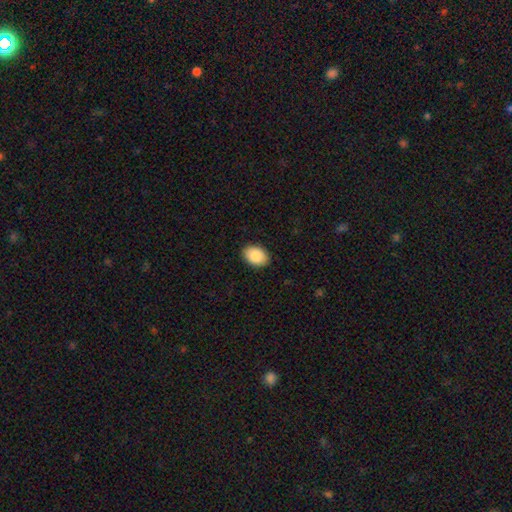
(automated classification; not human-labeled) A smooth galaxy with no disk features (88%) that is in between round and cigar-shaped (80%). Merging: none (90%).